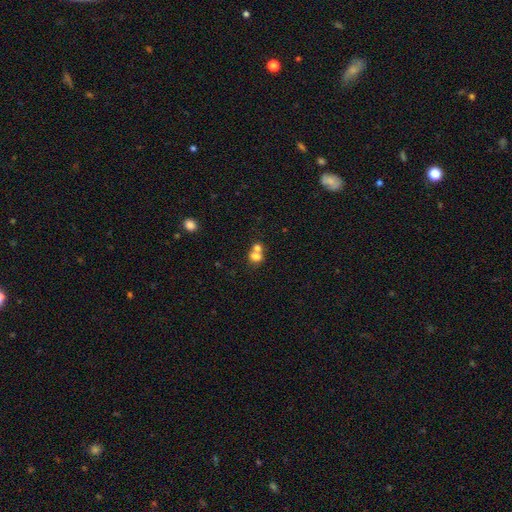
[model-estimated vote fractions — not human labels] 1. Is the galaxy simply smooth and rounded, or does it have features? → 73% smooth, 15% featured or disk, 12% star or artifact.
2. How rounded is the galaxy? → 58% round, 41% in between, 1% cigar-shaped.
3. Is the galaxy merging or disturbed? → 61% merger, 29% none, 6% minor disturbance, 3% major disturbance.